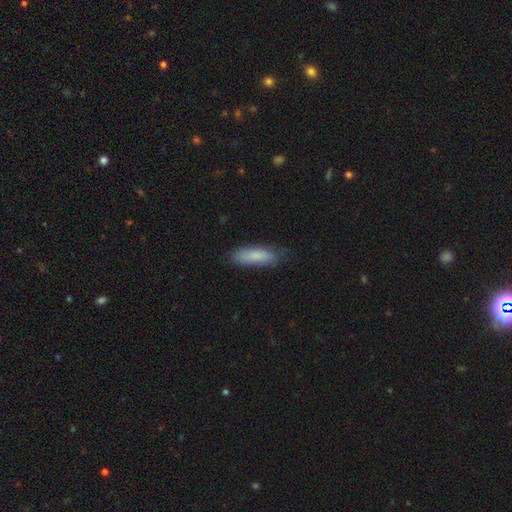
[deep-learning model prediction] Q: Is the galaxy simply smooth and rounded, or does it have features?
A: smooth — 84%.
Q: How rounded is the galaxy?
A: cigar-shaped — 53%.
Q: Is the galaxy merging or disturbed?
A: none — 77%.